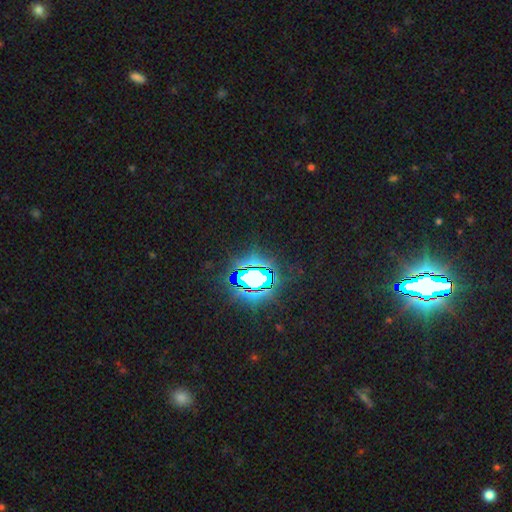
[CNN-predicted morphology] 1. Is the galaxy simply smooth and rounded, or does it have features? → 85% star or artifact, 9% smooth, 6% featured or disk.